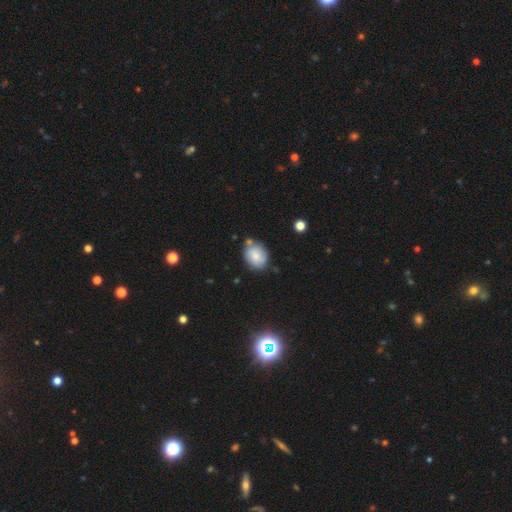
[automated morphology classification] Smooth or featured? smooth (79%)
How rounded? in between (57%)
Merging? none (70%)